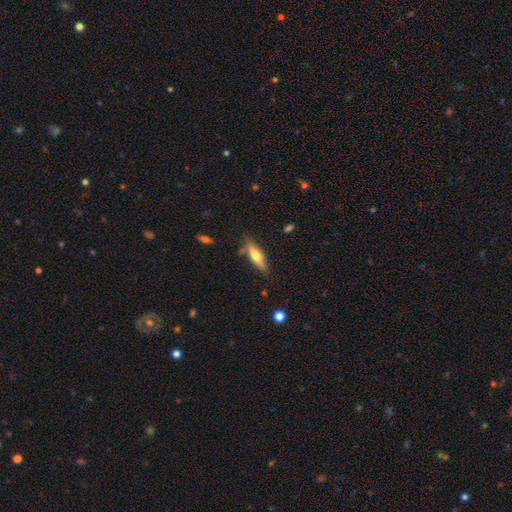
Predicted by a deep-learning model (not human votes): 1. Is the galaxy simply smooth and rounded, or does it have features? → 60% smooth, 34% featured or disk, 6% star or artifact.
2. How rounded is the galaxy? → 56% cigar-shaped, 42% in between, 2% round.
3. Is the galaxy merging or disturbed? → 76% none, 16% minor disturbance, 4% merger, 3% major disturbance.